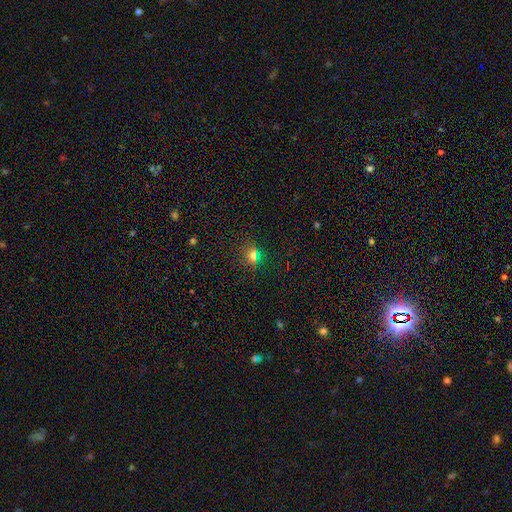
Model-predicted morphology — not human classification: Smooth or featured: smooth — 66% (star or artifact — 27%)
How rounded: round — 69% (in between — 28%)
Merging: none — 83% (minor disturbance — 11%)